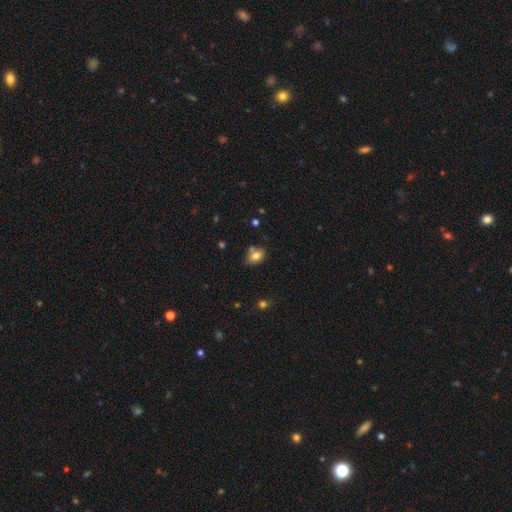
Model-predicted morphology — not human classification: smooth 76%, featured or disk 13%, star or artifact 11%. Down the decision tree: how rounded — in between (71%); merging — none (56%).